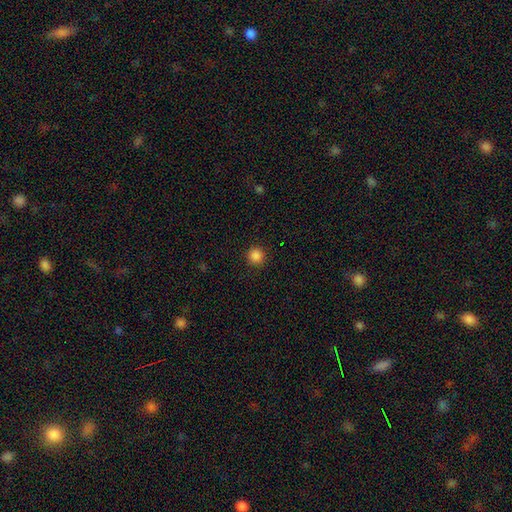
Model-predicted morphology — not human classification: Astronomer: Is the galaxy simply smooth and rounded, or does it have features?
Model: smooth — 86%.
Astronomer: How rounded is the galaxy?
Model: round — 95%.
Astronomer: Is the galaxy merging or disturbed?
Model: none — 92%.